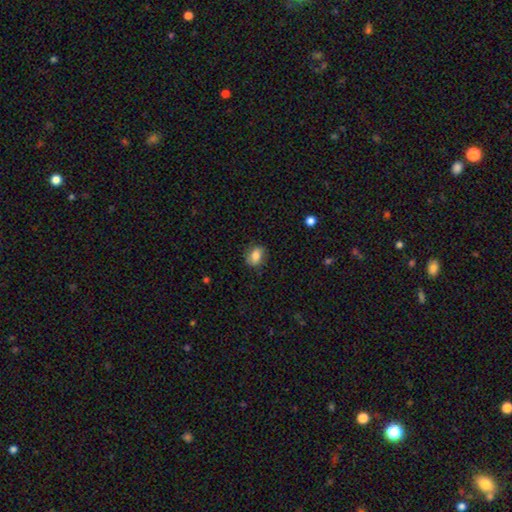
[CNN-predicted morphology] Smooth or featured? smooth (79%)
How rounded? in between (72%)
Merging? none (79%)